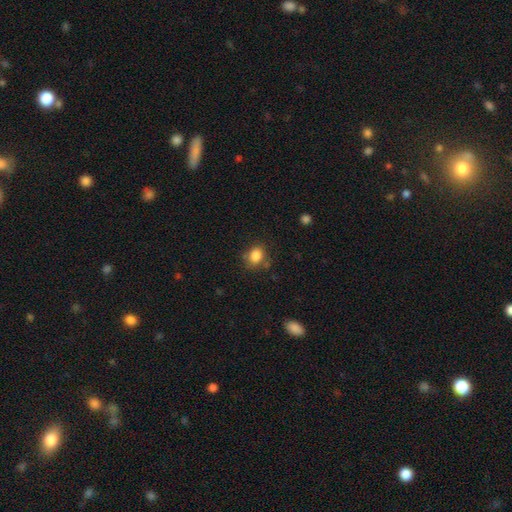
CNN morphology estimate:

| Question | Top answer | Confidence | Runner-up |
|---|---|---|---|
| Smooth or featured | smooth | 85% | star or artifact (10%) |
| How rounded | round | 55% | in between (44%) |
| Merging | none | 73% | minor disturbance (17%) |